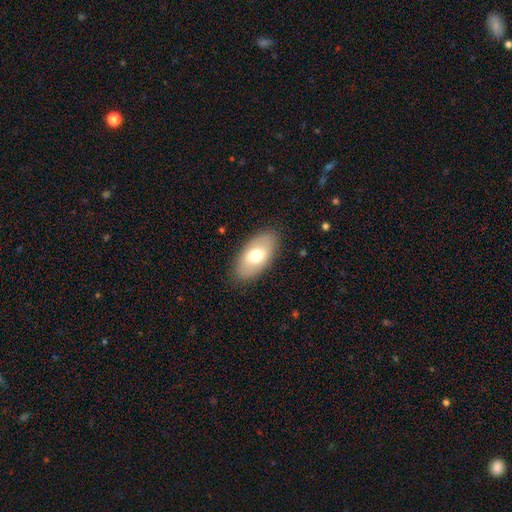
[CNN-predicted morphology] smooth 67%, featured or disk 27%, star or artifact 6%. Down the decision tree: how rounded — in between (93%); merging — none (86%).